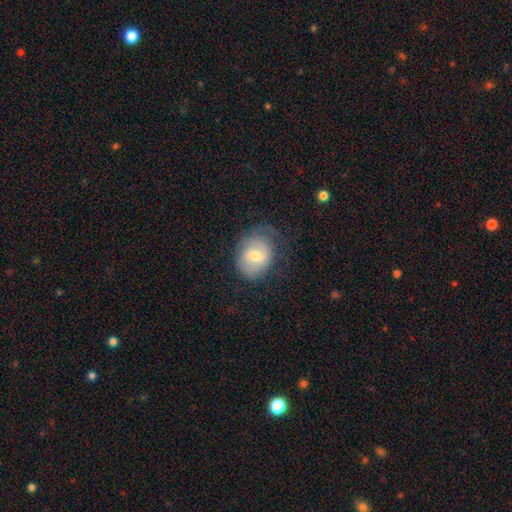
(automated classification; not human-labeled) This appears to be a smooth galaxy with no disk features (59%) that is round (50%). Merging: none (53%).